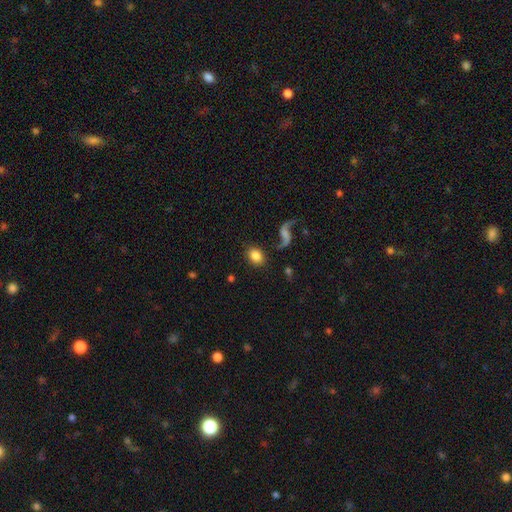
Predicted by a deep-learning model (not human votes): smooth 76%, featured or disk 16%, star or artifact 8%. Down the decision tree: how rounded — in between (50%); merging — none (77%).